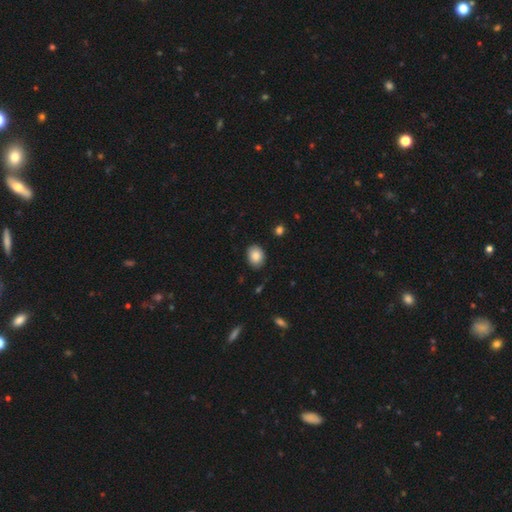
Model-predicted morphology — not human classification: The model was most divided on "how rounded": in between: 60%, round: 39%, cigar-shaped: 1%. More confident: smooth or featured — smooth (87%); merging — none (85%).